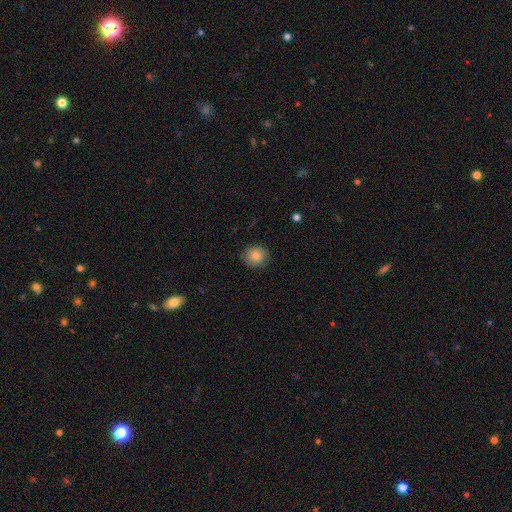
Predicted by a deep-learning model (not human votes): The model was most divided on "how rounded": round: 84%, in between: 15%, cigar-shaped: 1%. More confident: merging — none (85%); smooth or featured — smooth (82%).